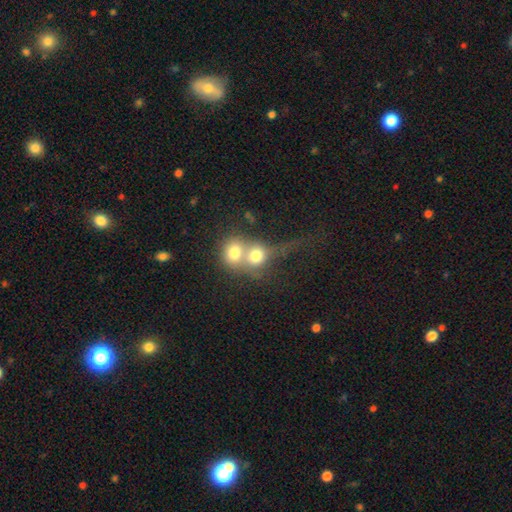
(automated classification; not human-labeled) Smooth or featured? smooth (69%)
How rounded? round (73%)
Merging? merger (71%)